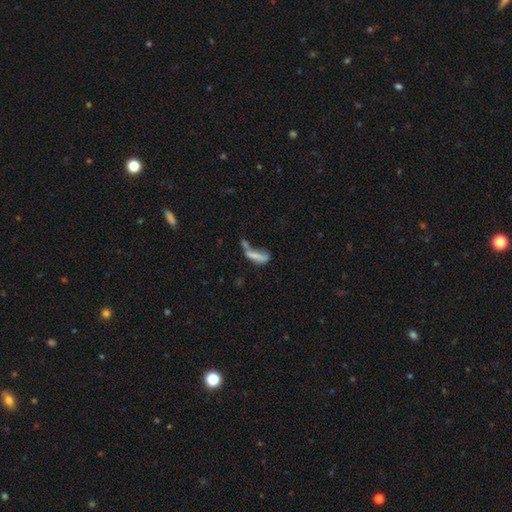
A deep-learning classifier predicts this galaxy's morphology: Overall: smooth (64%). How rounded: cigar-shaped (50%; in between 46%). Merging: merger (43%; none 21%).